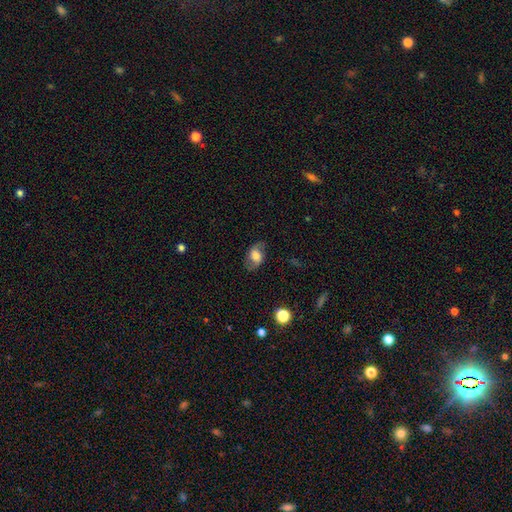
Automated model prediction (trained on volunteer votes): A smooth galaxy with no disk features (49%).

Vote fractions:
- Smooth or featured? smooth: 49% / featured or disk: 42% / star or artifact: 9%
- Merging? none: 74% / minor disturbance: 17% / major disturbance: 7% / merger: 1%